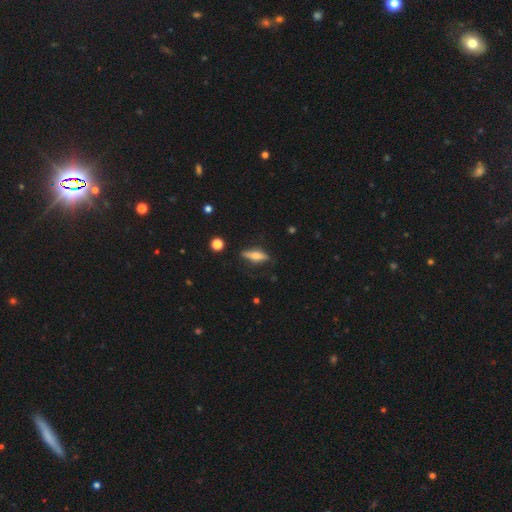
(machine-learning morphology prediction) smooth_or_featured: featured or disk (p=0.49) [alt: smooth p=0.45]
merging: none (p=0.80) [alt: minor disturbance p=0.15]